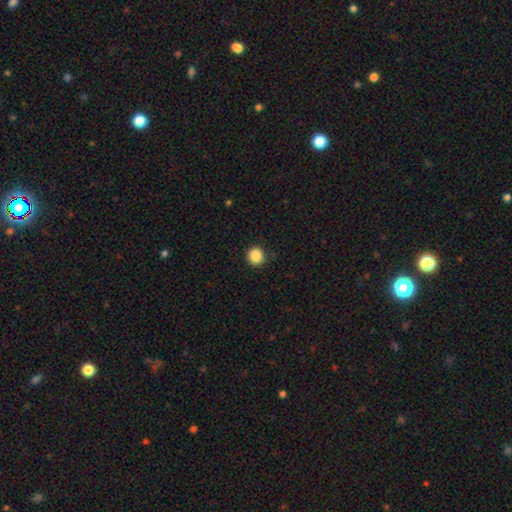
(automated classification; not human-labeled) smooth 88%, star or artifact 9%, featured or disk 3%. Down the decision tree: how rounded — round (89%); merging — none (90%).